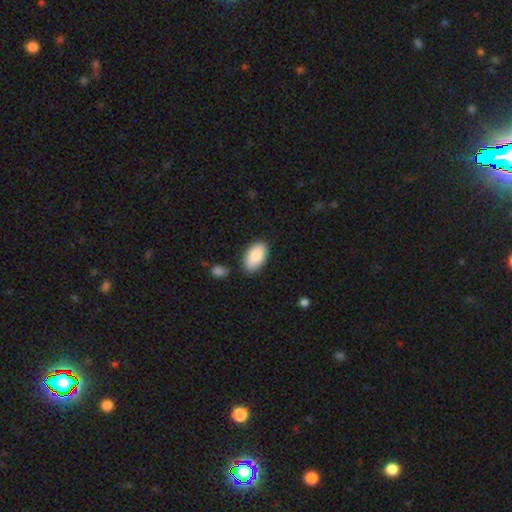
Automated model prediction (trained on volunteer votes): smooth-or-featured: smooth: 88% | featured or disk: 6% | star or artifact: 6%
  how-rounded: in between: 95% | round: 4% | cigar-shaped: 2%
  merging: none: 78% | minor disturbance: 15% | merger: 4% | major disturbance: 3%